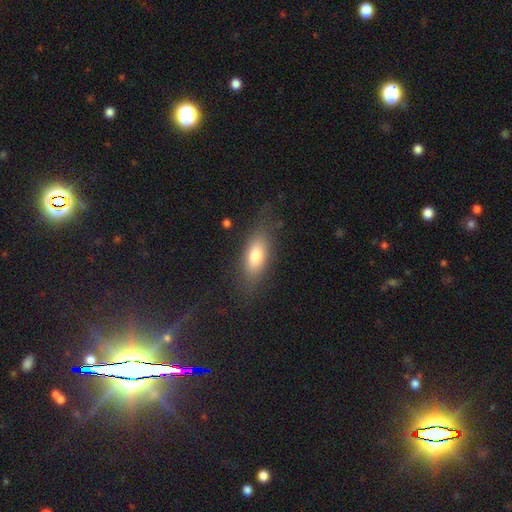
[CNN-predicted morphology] smooth_or_featured: smooth (p=0.73) [alt: featured or disk p=0.19]
how_rounded: in between (p=0.79) [alt: cigar-shaped p=0.17]
merging: none (p=0.73) [alt: minor disturbance p=0.17]